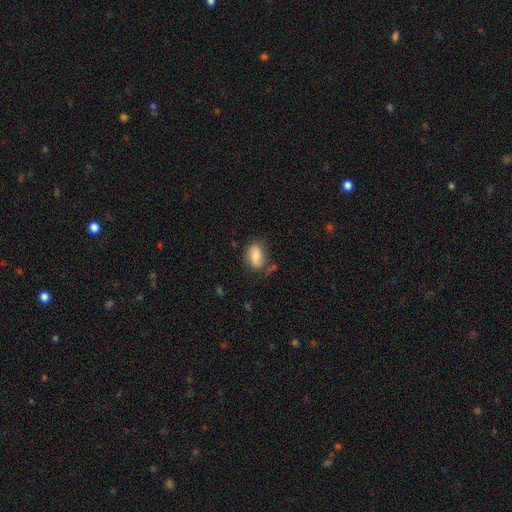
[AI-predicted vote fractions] Smooth or featured? Predicted: smooth (p=0.76). How rounded? Predicted: in between (p=0.88). Merging? Predicted: none (p=0.63).